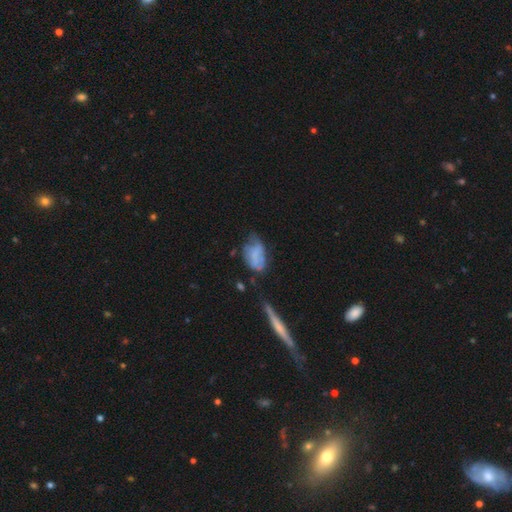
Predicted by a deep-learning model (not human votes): smooth 52%, featured or disk 38%, star or artifact 11%. Down the decision tree: how rounded — in between (87%); merging — none (36%).